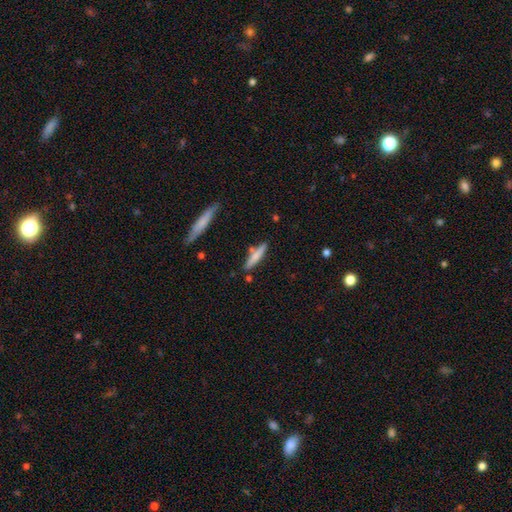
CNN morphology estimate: Smooth or featured? smooth (67%)
How rounded? cigar-shaped (85%)
Merging? none (76%)